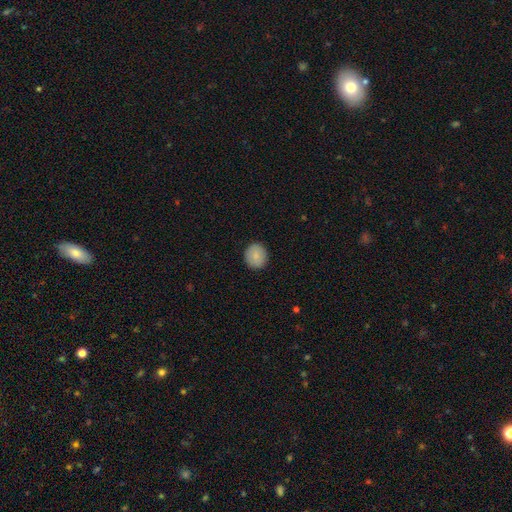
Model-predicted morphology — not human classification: Overall: smooth (86%). How rounded: round (85%). Merging: none (91%).